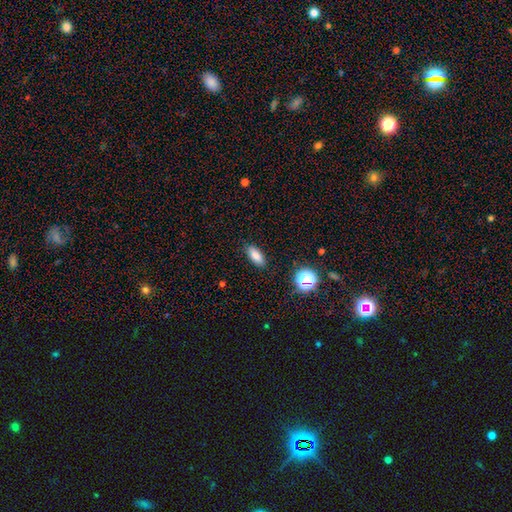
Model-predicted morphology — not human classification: smooth 83%, star or artifact 11%, featured or disk 7%. Down the decision tree: how rounded — in between (79%); merging — none (88%).